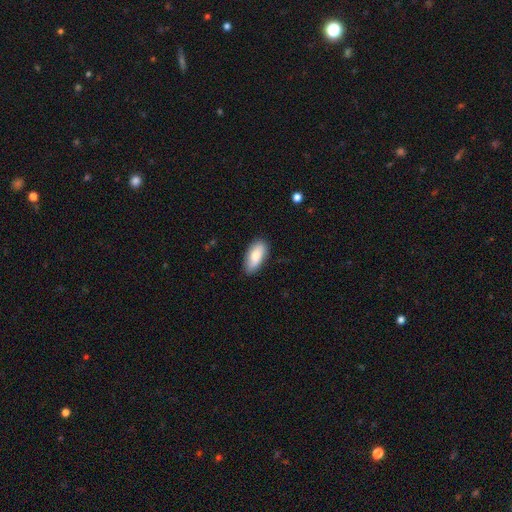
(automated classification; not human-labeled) Morphology: type=smooth (85%); roundness=in between (87%); merging=none (82%).